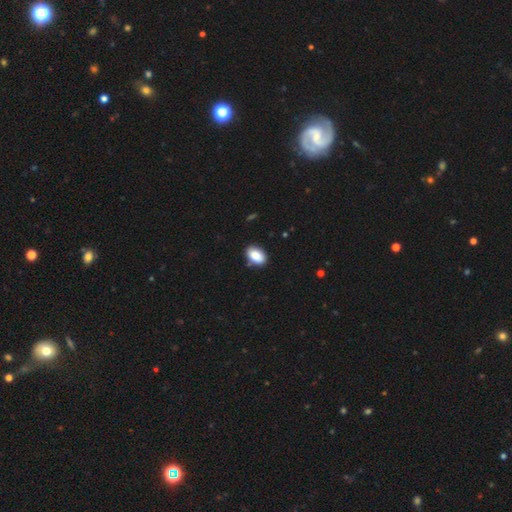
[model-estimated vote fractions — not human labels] Smooth or featured?
  - smooth: 86% *
  - star or artifact: 8%
  - featured or disk: 6%
How rounded?
  - in between: 91% *
  - round: 7%
  - cigar-shaped: 1%
Merging?
  - none: 84% *
  - minor disturbance: 12%
  - merger: 2%
  - major disturbance: 2%